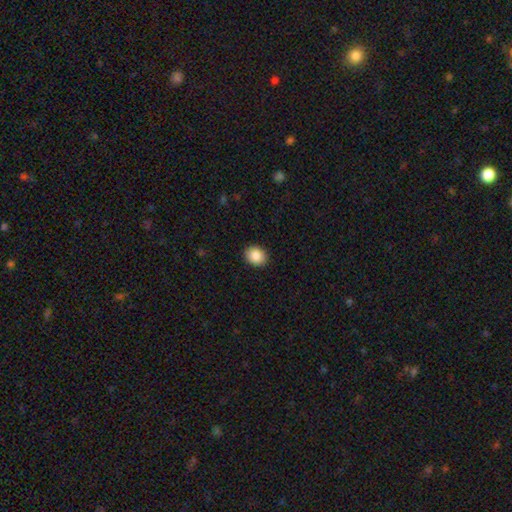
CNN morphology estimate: Q: Smooth or featured?
A: smooth (88%); runner-up: star or artifact (8%)
Q: How rounded?
A: round (60%); runner-up: in between (39%)
Q: Merging?
A: none (90%); runner-up: minor disturbance (7%)